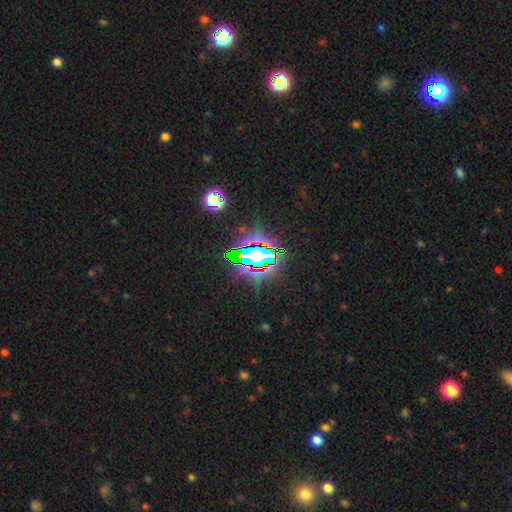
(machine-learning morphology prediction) The model was most divided on "smooth or featured": star or artifact: 73%, smooth: 16%, featured or disk: 11%.